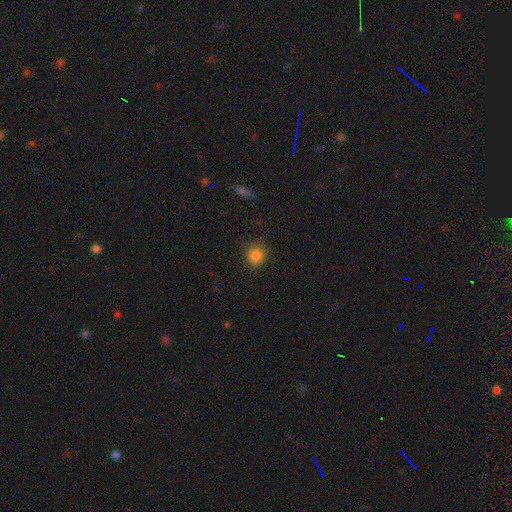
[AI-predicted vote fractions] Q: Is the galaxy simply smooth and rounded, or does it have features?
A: smooth — 84%.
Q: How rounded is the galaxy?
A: round — 88%.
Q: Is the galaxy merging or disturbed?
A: none — 85%.